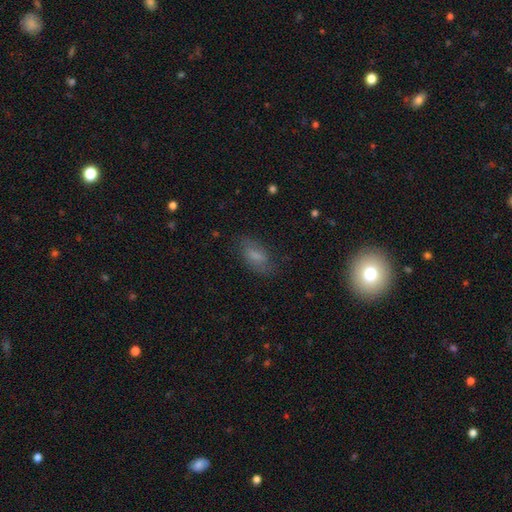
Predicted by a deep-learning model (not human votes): smooth-or-featured: smooth: 65% | featured or disk: 24% | star or artifact: 11%
  how-rounded: in between: 85% | cigar-shaped: 10% | round: 5%
  merging: none: 72% | minor disturbance: 19% | major disturbance: 8% | merger: 2%